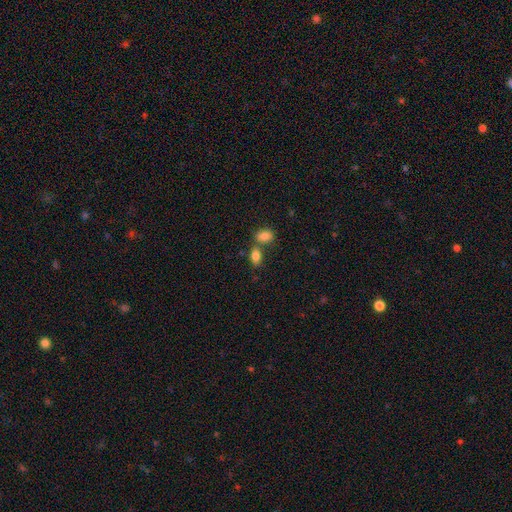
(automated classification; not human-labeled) smooth 84%, star or artifact 9%, featured or disk 7%. Down the decision tree: how rounded — in between (88%); merging — none (52%).